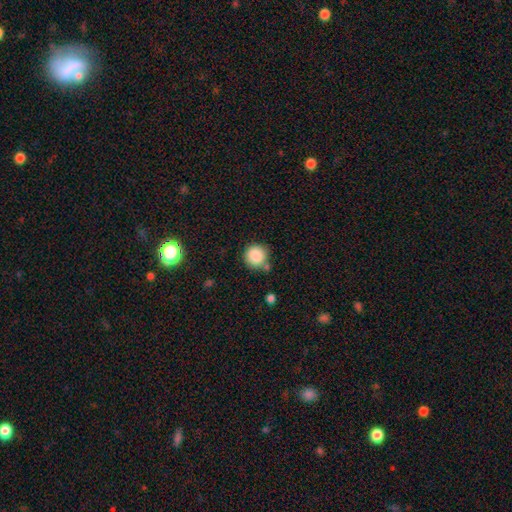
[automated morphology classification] Overall: smooth (87%). How rounded: round (93%). Merging: none (74%).